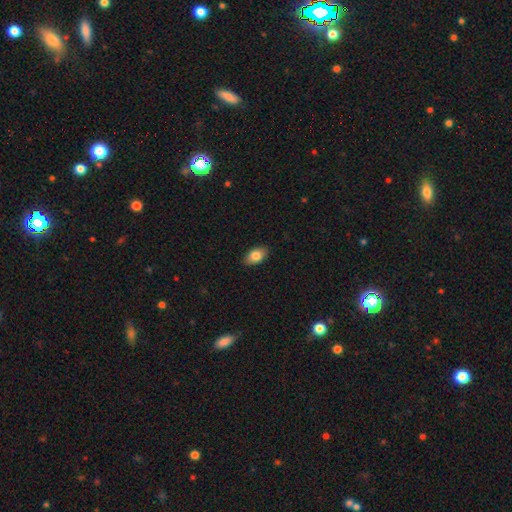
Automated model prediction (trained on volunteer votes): This appears to be a smooth galaxy with no disk features (82%) that is in between round and cigar-shaped (91%). Merging: none (88%).